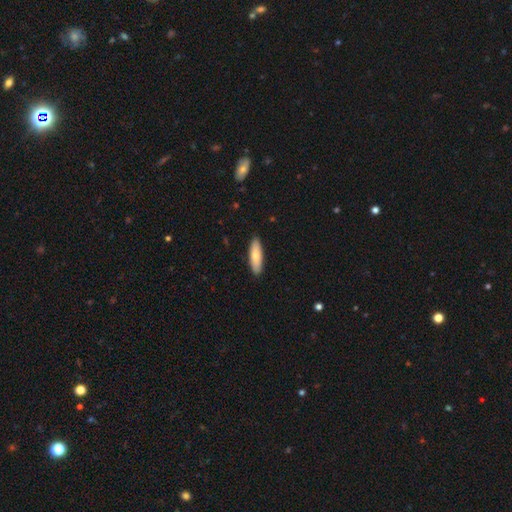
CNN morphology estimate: Smooth or featured? smooth (74%)
How rounded? cigar-shaped (51%)
Merging? none (89%)